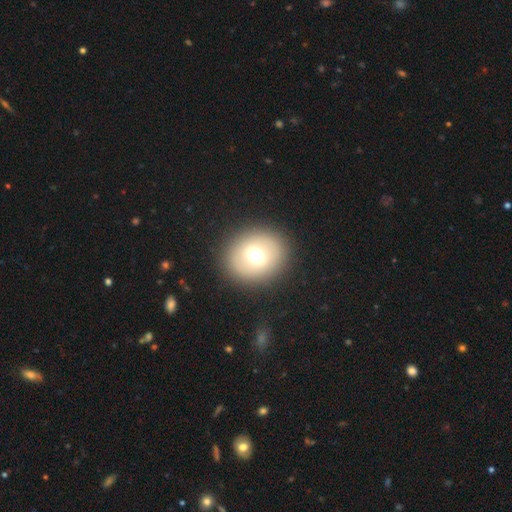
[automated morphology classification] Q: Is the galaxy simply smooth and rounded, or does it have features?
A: smooth — 64%.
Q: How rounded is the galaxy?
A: round — 79%.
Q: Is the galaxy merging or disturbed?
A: none — 88%.